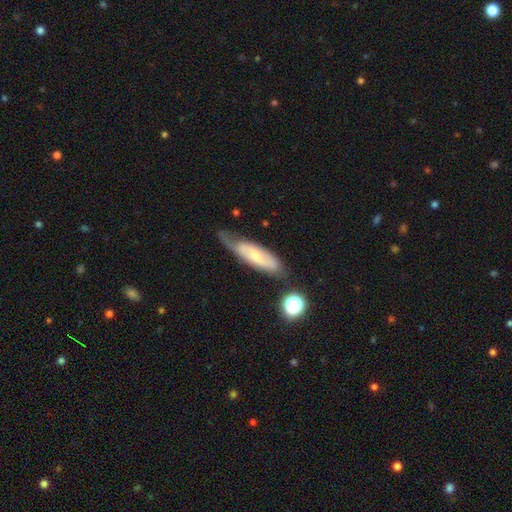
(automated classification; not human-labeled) smooth_or_featured: featured or disk (p=0.54) [alt: smooth p=0.38]
disk_edge_on: no (p=0.70) [alt: yes p=0.30]
merging: none (p=0.51) [alt: minor disturbance p=0.31]